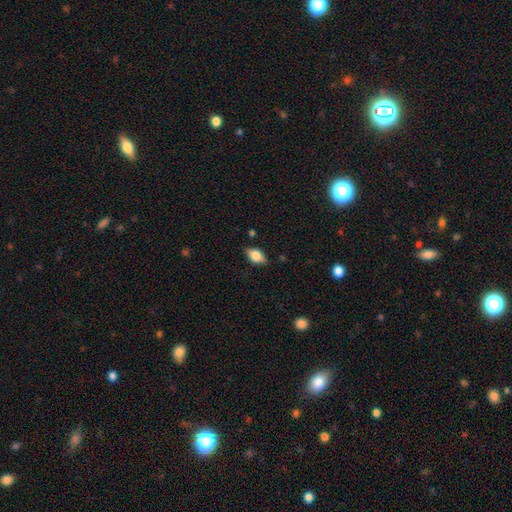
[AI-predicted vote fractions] This appears to be a smooth galaxy with no disk features (71%) that is in between round and cigar-shaped (87%). Merging: none (81%).